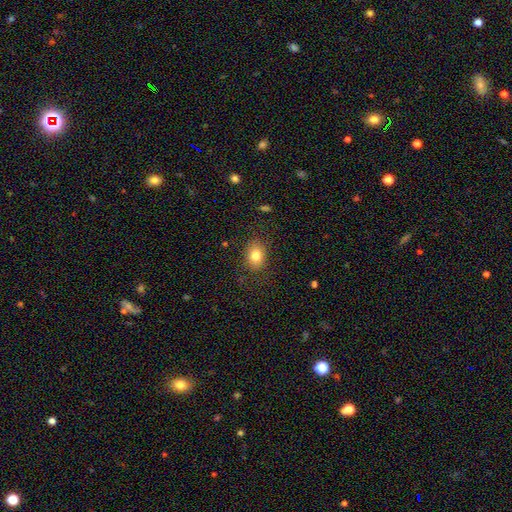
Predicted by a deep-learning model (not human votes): Smooth or featured: smooth — 81% (star or artifact — 10%)
How rounded: in between — 65% (round — 34%)
Merging: none — 84% (minor disturbance — 11%)